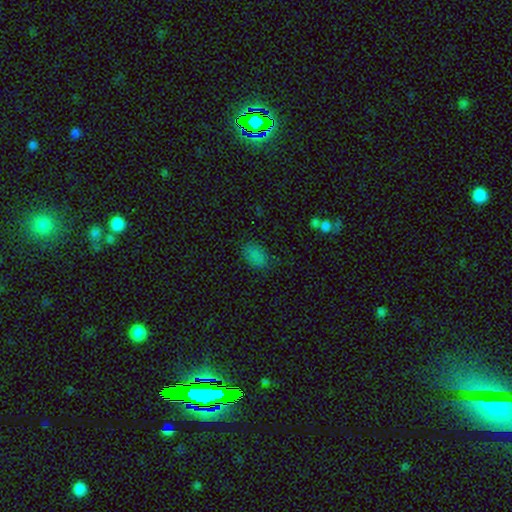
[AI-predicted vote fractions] A smooth galaxy with no disk features (79%) that is in between round and cigar-shaped (87%).

Vote fractions:
- Smooth or featured? smooth: 79% / star or artifact: 15% / featured or disk: 5%
- How rounded? in between: 87% / round: 11% / cigar-shaped: 2%
- Merging? none: 75% / minor disturbance: 18% / major disturbance: 5% / merger: 2%